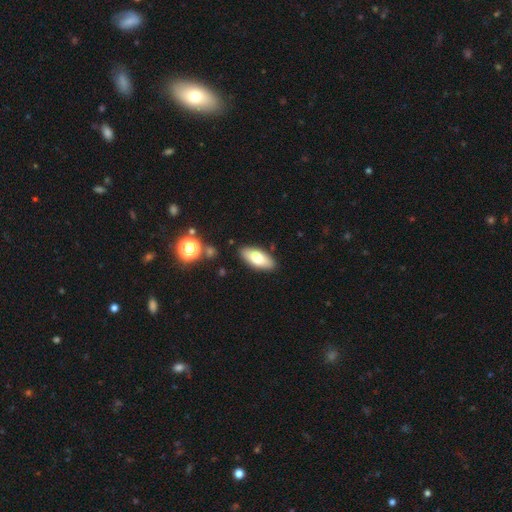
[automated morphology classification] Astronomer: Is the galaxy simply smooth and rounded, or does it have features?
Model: smooth — 72%.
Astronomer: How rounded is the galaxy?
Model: in between — 84%.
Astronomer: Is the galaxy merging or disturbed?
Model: none — 87%.